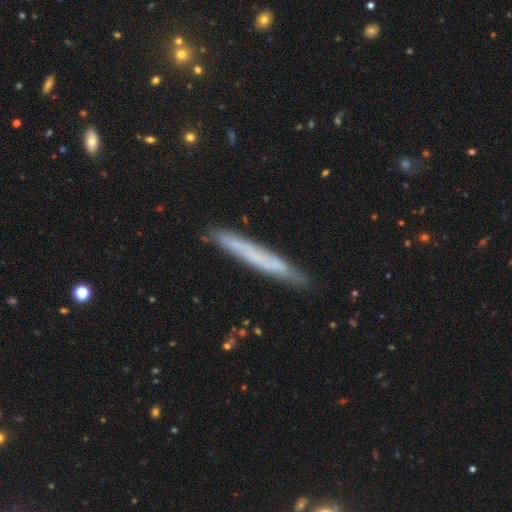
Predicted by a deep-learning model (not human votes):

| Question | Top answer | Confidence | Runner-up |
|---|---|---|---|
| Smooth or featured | smooth | 50% | featured or disk (42%) |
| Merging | none | 86% | minor disturbance (11%) |